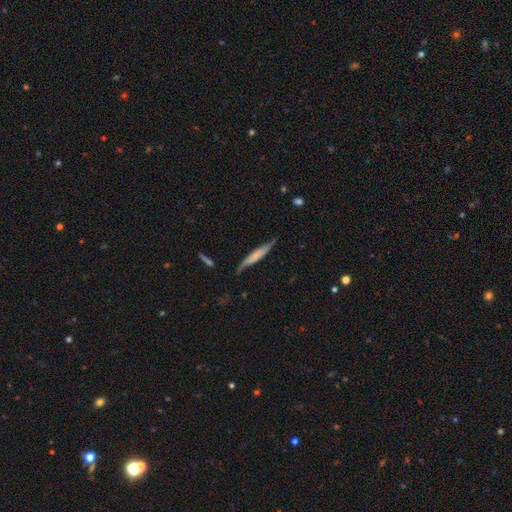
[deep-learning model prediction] The model was most divided on "smooth or featured": smooth: 48%, featured or disk: 46%, star or artifact: 6%. More confident: merging — none (67%).